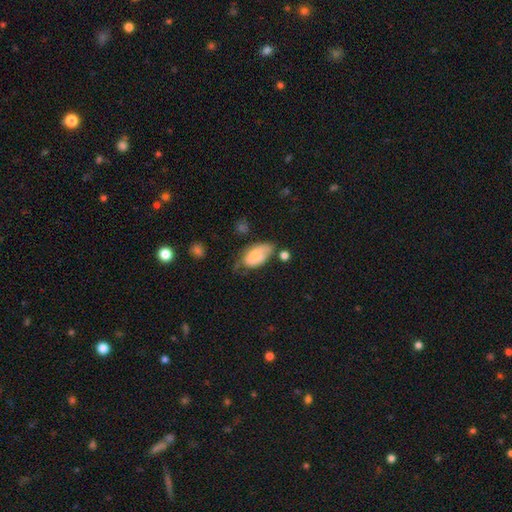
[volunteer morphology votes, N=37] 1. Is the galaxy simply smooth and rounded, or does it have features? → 57% smooth, 38% featured or disk, 5% star or artifact.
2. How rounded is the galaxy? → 95% in between, 5% cigar-shaped, 0% round.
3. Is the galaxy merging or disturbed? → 43% minor disturbance, 29% none, 26% major disturbance, 3% merger.